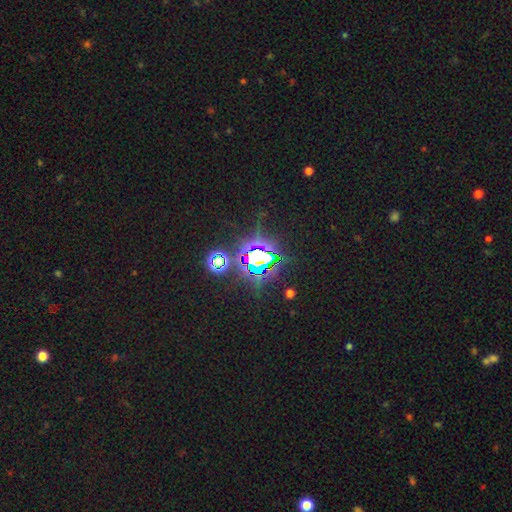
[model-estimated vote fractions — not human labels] star or artifact 80%, smooth 10%, featured or disk 10%.